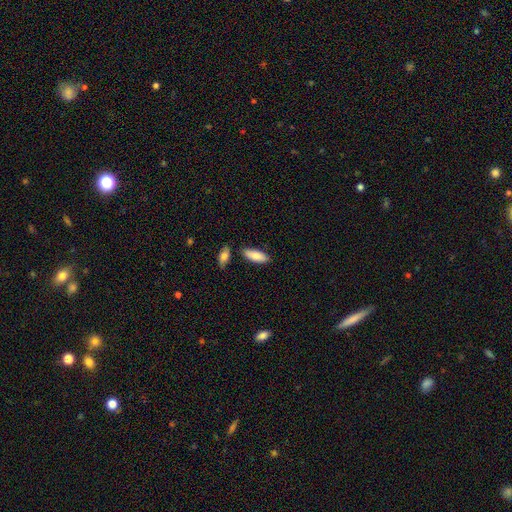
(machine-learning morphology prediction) The model was most divided on "how rounded": in between: 76%, cigar-shaped: 22%, round: 2%. More confident: smooth or featured — smooth (85%); merging — none (80%).